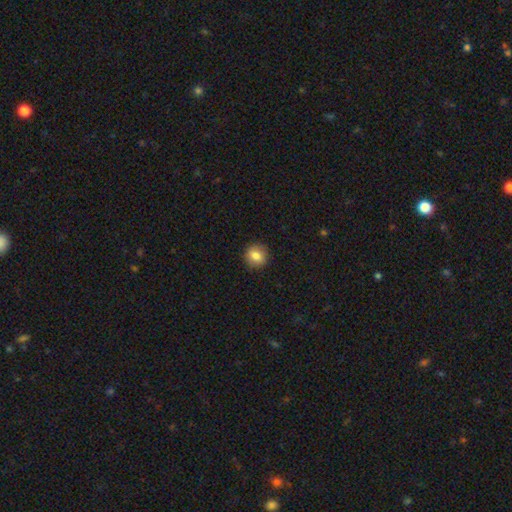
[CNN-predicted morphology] Q: Smooth or featured?
A: smooth (81%); runner-up: featured or disk (10%)
Q: How rounded?
A: round (81%); runner-up: in between (18%)
Q: Merging?
A: none (89%); runner-up: minor disturbance (8%)